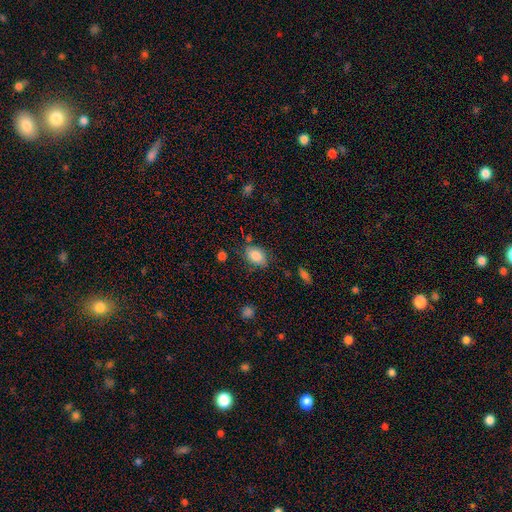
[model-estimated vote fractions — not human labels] A smooth galaxy with no disk features (84%) that is in between round and cigar-shaped (80%).

Vote fractions:
- Smooth or featured? smooth: 84% / star or artifact: 8% / featured or disk: 8%
- How rounded? in between: 80% / round: 19% / cigar-shaped: 1%
- Merging? none: 73% / minor disturbance: 19% / major disturbance: 5% / merger: 3%